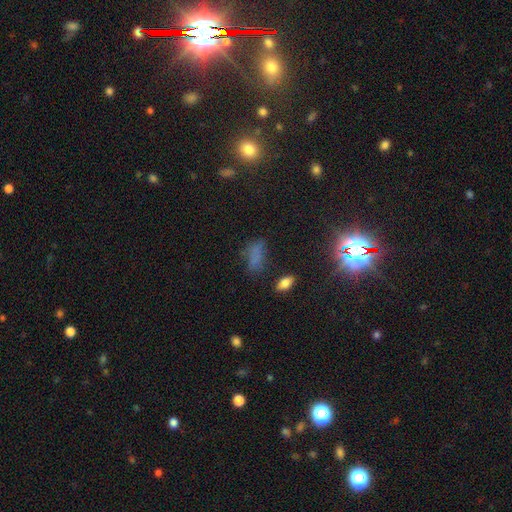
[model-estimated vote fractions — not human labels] smooth_or_featured: smooth (p=0.61) [alt: star or artifact p=0.27]
how_rounded: in between (p=0.78) [alt: cigar-shaped p=0.14]
merging: none (p=0.53) [alt: minor disturbance p=0.25]